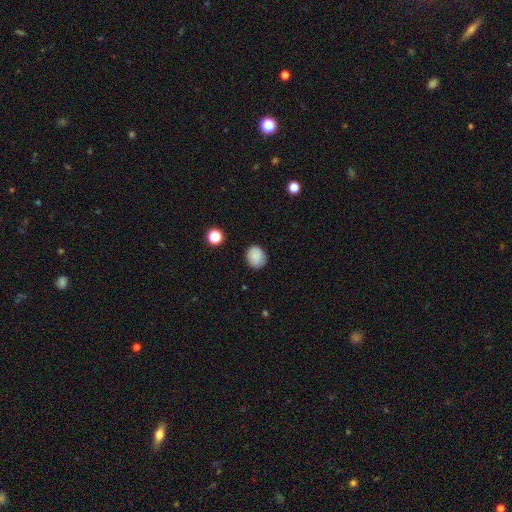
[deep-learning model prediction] This is clearly a smooth galaxy (86%). How rounded: likely round (64%). Merging: clearly none (85%).